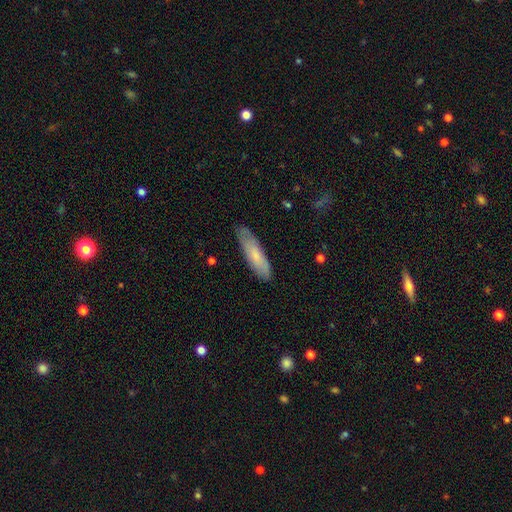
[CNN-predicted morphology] The model was most divided on "how rounded": cigar-shaped: 62%, in between: 36%, round: 1%. More confident: merging — none (79%); smooth or featured — smooth (70%).